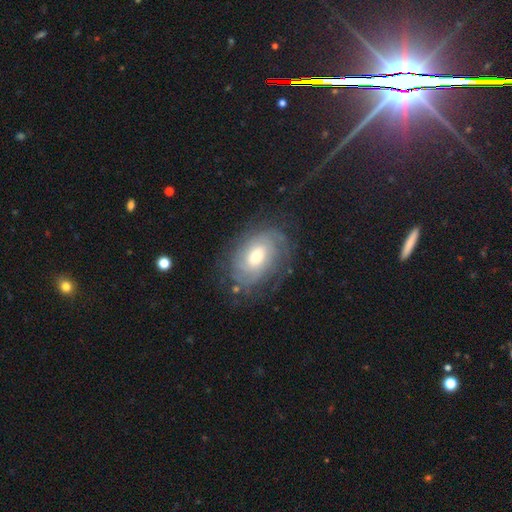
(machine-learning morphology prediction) type=featured or disk (75%); edge-on=no (96%); bar=no (62%); spiral arms=yes (90%); winding=tight (65%); arm count=can't tell (47%); bulge=moderate (63%); merging=none (72%).